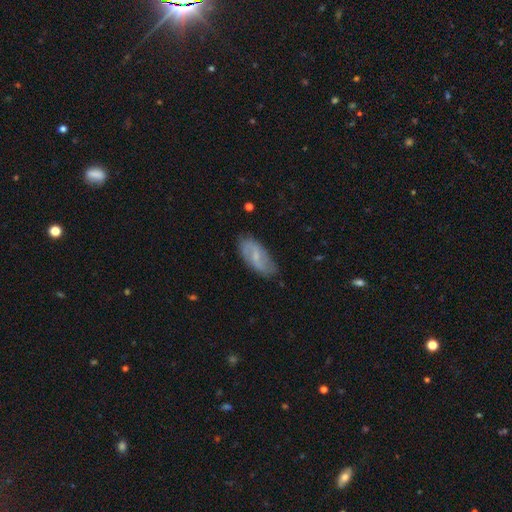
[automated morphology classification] A featured or disk galaxy (64%) with a weak bar (57%), 2 (82%) loose (40%, tied with medium) spiral arms (86%) and a small central bulge (61%). Merging: none (78%).